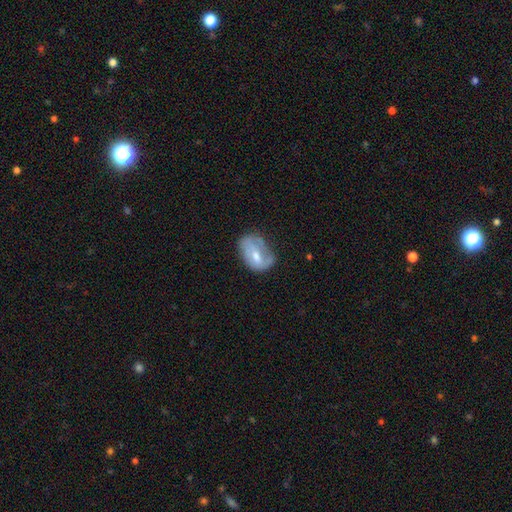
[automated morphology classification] Q: Smooth or featured?
A: featured or disk (53%); runner-up: smooth (40%)
Q: Edge-on disk?
A: no (96%); runner-up: yes (4%)
Q: Bar?
A: weak (44%); runner-up: no (41%)
Q: Spiral arms?
A: yes (58%); runner-up: no (42%)
Q: Bulge size?
A: moderate (57%); runner-up: small (34%)
Q: Merging?
A: none (44%); runner-up: minor disturbance (35%)